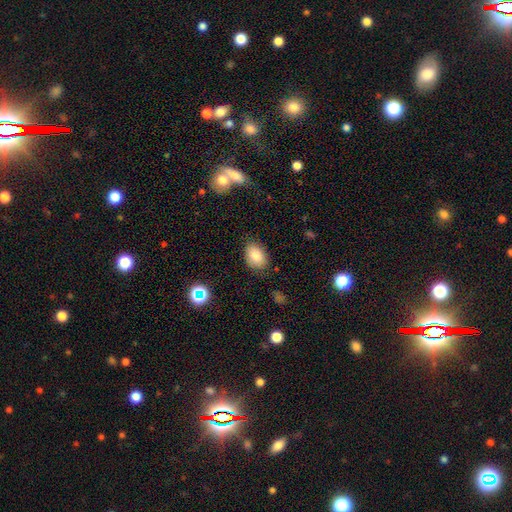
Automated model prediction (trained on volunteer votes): Overall: smooth (82%). How rounded: in between (84%). Merging: none (80%).